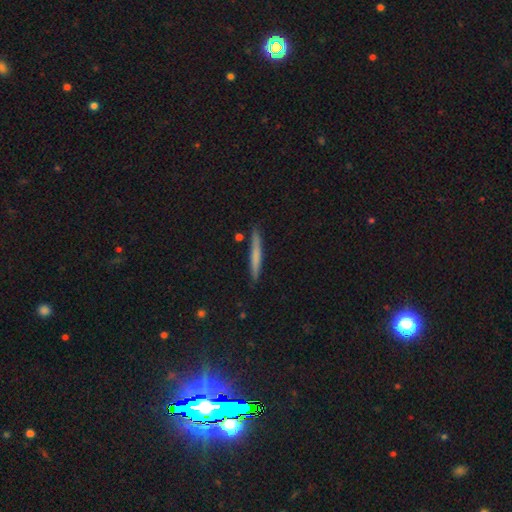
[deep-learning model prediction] This is likely a smooth galaxy (65%). How rounded: clearly cigar-shaped (96%). Merging: clearly none (87%).